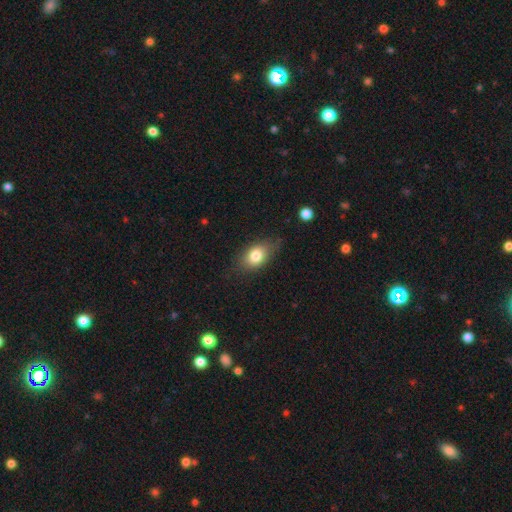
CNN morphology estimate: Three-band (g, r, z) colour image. It shows a smooth galaxy with no disk features (78%) that is in between round and cigar-shaped (78%). Merging: none (68%).